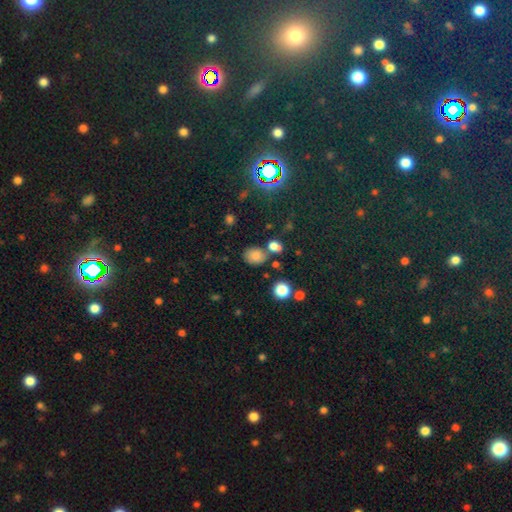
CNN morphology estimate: A smooth galaxy with no disk features (74%) that is round (51%). Merging: none (66%).